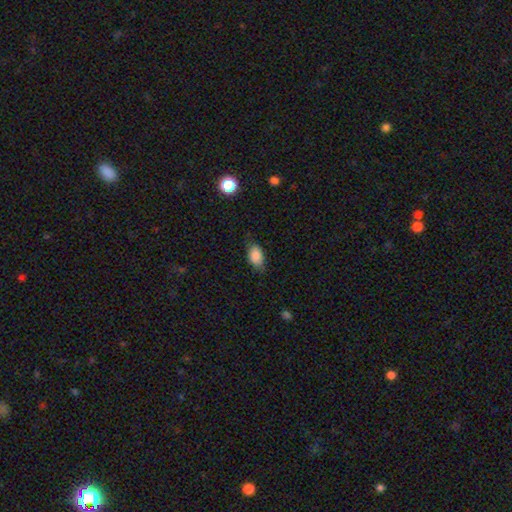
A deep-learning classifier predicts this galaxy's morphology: smooth 86%, star or artifact 8%, featured or disk 6%. Down the decision tree: how rounded — in between (90%); merging — none (69%).